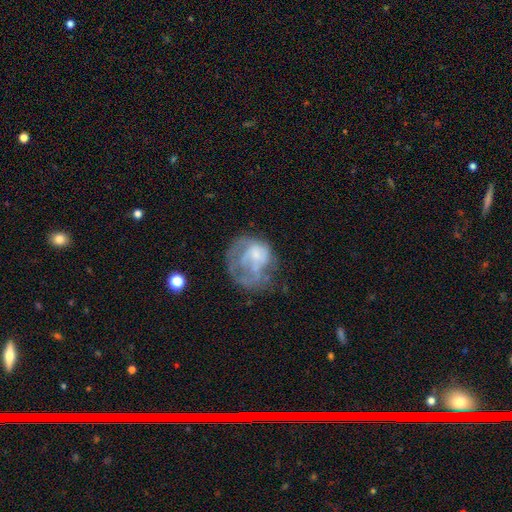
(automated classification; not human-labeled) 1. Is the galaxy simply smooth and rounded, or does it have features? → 55% featured or disk, 35% smooth, 10% star or artifact.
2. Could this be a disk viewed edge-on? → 98% no, 2% yes.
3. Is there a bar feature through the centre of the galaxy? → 78% no, 18% weak, 3% strong.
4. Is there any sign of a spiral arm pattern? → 65% no, 35% yes.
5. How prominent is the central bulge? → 38% none, 27% small, 26% moderate, 7% large, 2% dominant.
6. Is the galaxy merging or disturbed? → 41% major disturbance, 32% none, 21% minor disturbance, 6% merger.